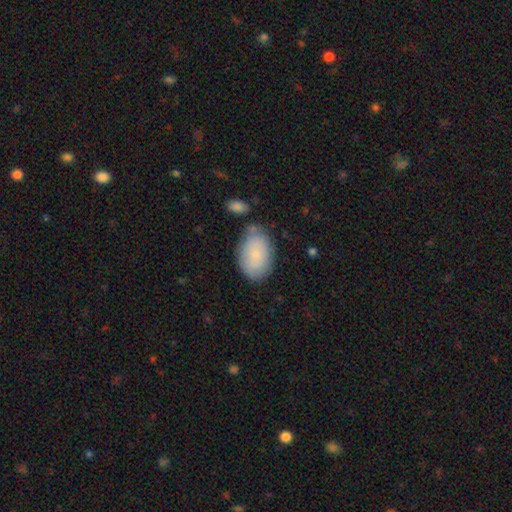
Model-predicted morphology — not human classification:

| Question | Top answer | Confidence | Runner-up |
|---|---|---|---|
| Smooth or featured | smooth | 82% | featured or disk (12%) |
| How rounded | in between | 92% | round (7%) |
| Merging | none | 68% | minor disturbance (20%) |